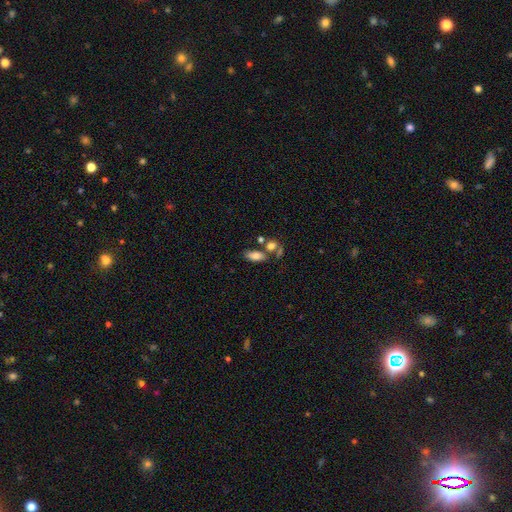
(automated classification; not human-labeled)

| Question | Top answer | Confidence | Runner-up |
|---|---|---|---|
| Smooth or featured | smooth | 78% | featured or disk (13%) |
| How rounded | in between | 88% | cigar-shaped (7%) |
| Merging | none | 57% | merger (24%) |